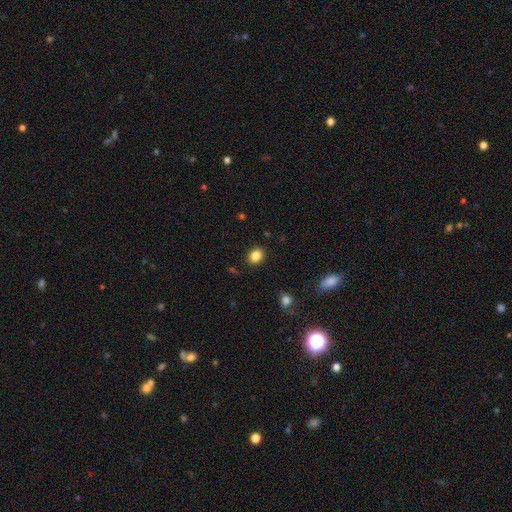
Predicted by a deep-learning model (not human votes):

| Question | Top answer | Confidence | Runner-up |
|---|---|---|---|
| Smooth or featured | smooth | 85% | star or artifact (10%) |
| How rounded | round | 50% | in between (49%) |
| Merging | none | 89% | minor disturbance (8%) |